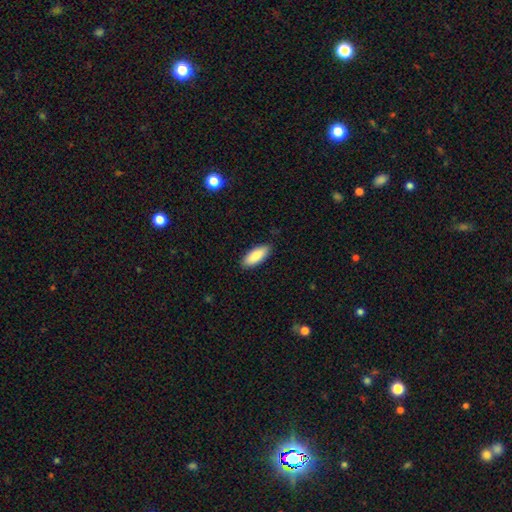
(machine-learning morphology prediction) Smooth or featured? Predicted: smooth (p=0.87). How rounded? Predicted: in between (p=0.81). Merging? Predicted: none (p=0.87).